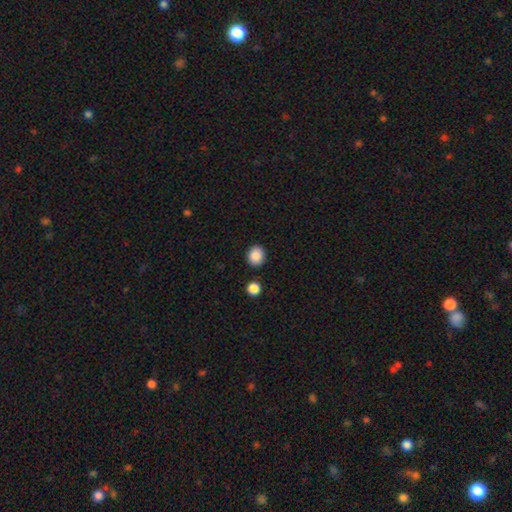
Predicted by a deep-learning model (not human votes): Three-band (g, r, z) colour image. It shows a smooth galaxy with no disk features (88%) that is round (68%). Merging: none (87%).